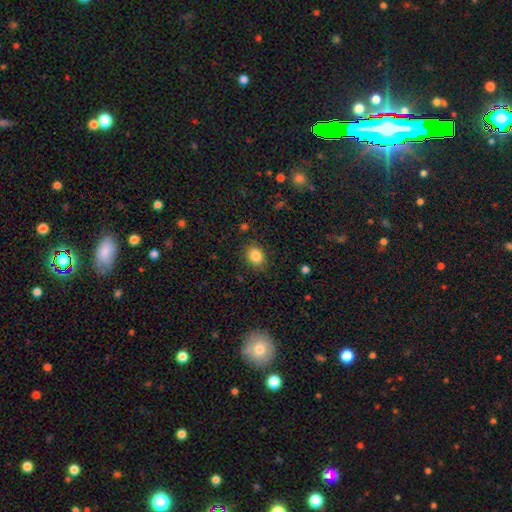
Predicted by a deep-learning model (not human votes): This is clearly a smooth galaxy (85%). How rounded: possibly in between (54%). Merging: clearly none (86%).